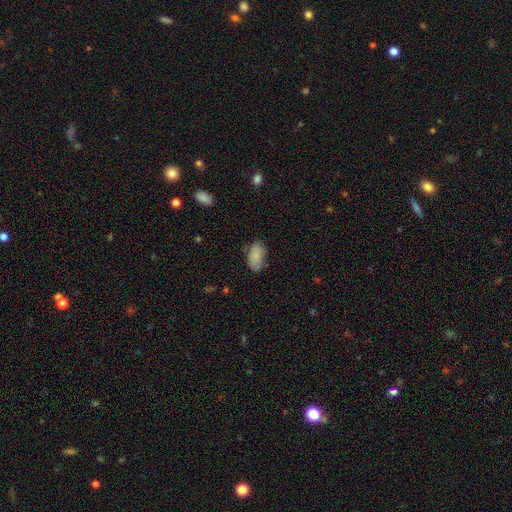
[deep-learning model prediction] This appears to be a smooth galaxy with no disk features (85%) that is in between round and cigar-shaped (94%). Merging: none (72%).